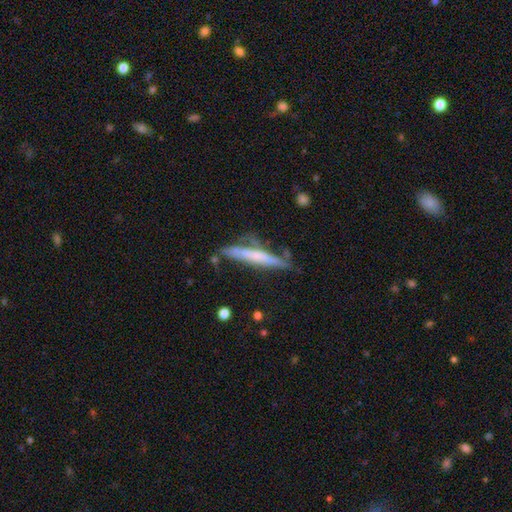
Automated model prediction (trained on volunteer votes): This is possibly a featured or disk galaxy (53%). It is clearly viewed edge-on (87%). Merging: possibly none (59%).